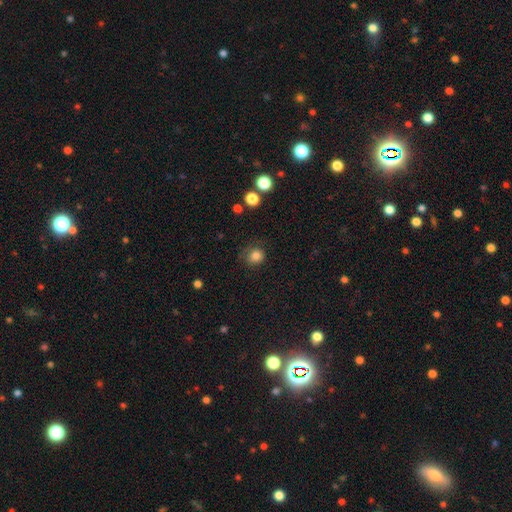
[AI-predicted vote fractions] This is clearly a smooth galaxy (83%). How rounded: clearly round (83%). Merging: likely none (74%).